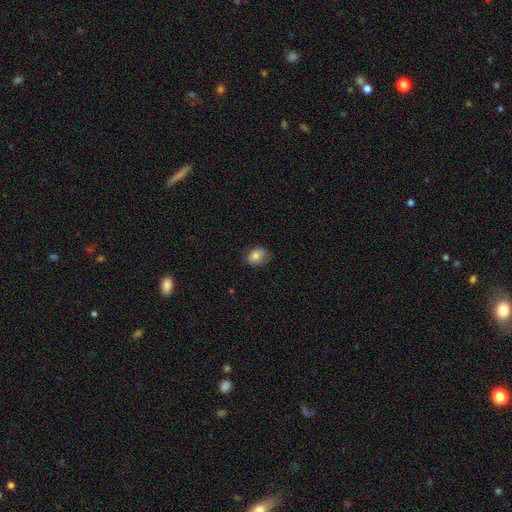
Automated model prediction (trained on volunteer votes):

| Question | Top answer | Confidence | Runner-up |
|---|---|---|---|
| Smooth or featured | smooth | 79% | featured or disk (12%) |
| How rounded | in between | 57% | round (42%) |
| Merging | none | 75% | minor disturbance (20%) |